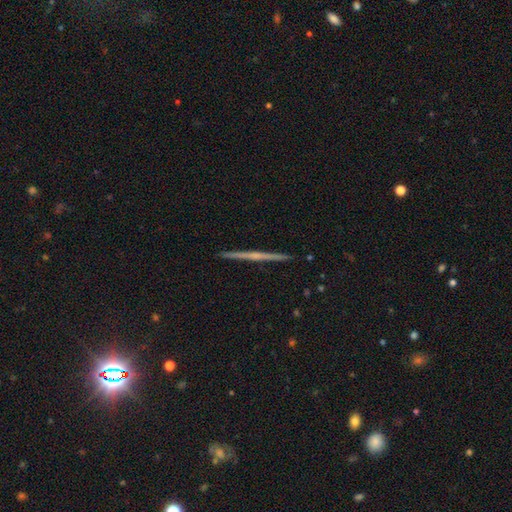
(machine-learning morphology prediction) This is likely a featured or disk galaxy (72%). It is clearly viewed edge-on (98%). Edge-on bulge: likely none (60%). Merging: clearly none (93%).